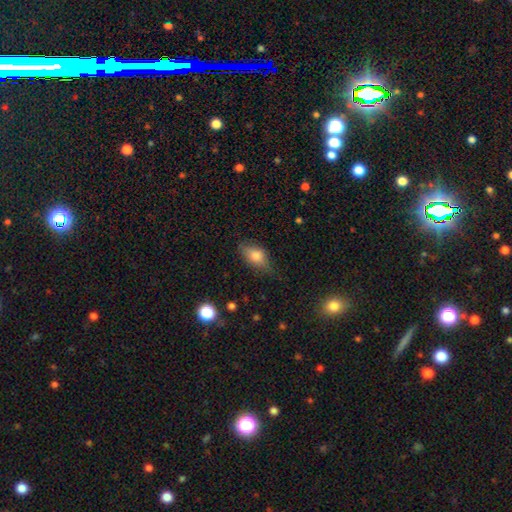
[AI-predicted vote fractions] Overall: smooth (76%). How rounded: in between (85%). Merging: none (67%).